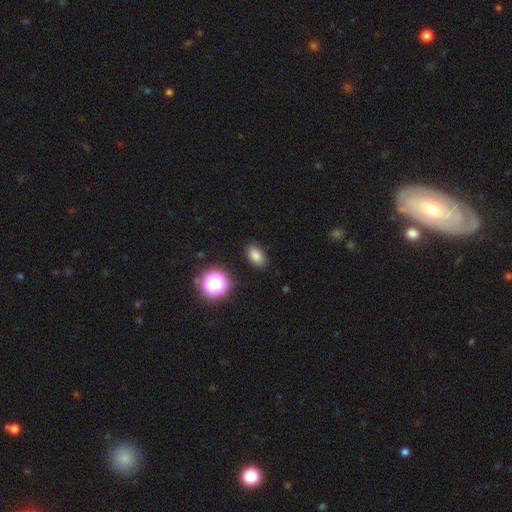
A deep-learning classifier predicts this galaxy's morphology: Smooth or featured?
  - smooth: 81% *
  - star or artifact: 13%
  - featured or disk: 6%
How rounded?
  - in between: 84% *
  - round: 15%
  - cigar-shaped: 2%
Merging?
  - none: 88% *
  - minor disturbance: 8%
  - major disturbance: 3%
  - merger: 1%